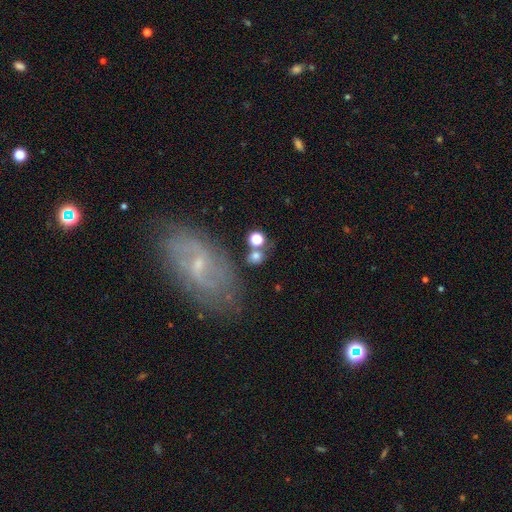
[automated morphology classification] Overall: smooth (67%). How rounded: round (70%). Merging: none (68%).